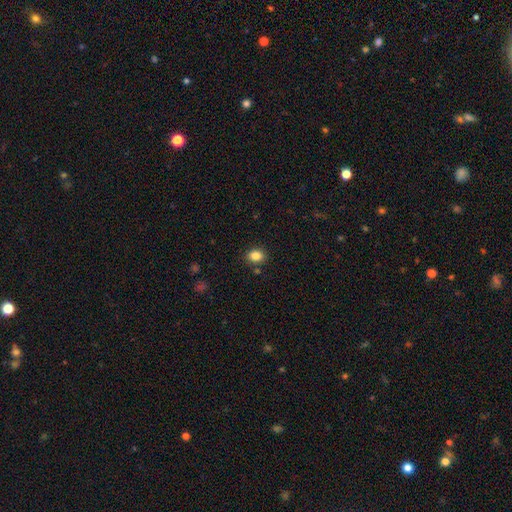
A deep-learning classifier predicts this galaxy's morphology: Q: Smooth or featured?
A: smooth (84%); runner-up: star or artifact (10%)
Q: How rounded?
A: in between (52%); runner-up: round (47%)
Q: Merging?
A: none (85%); runner-up: minor disturbance (9%)